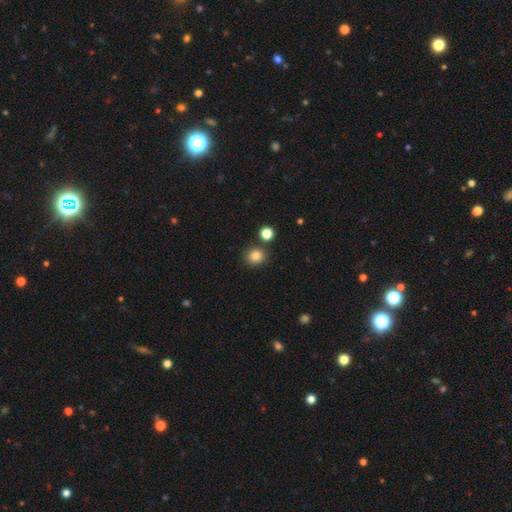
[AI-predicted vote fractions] smooth_or_featured: smooth (p=0.83) [alt: star or artifact p=0.12]
how_rounded: round (p=0.86) [alt: in between p=0.13]
merging: none (p=0.84) [alt: minor disturbance p=0.08]